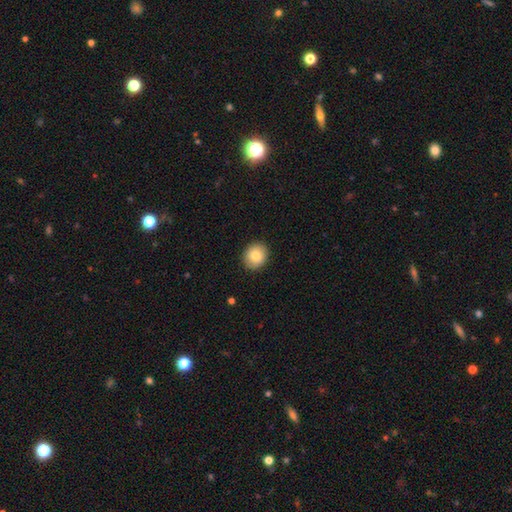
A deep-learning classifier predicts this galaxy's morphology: Q: Smooth or featured?
A: smooth (84%); runner-up: featured or disk (8%)
Q: How rounded?
A: round (72%); runner-up: in between (27%)
Q: Merging?
A: none (90%); runner-up: minor disturbance (7%)